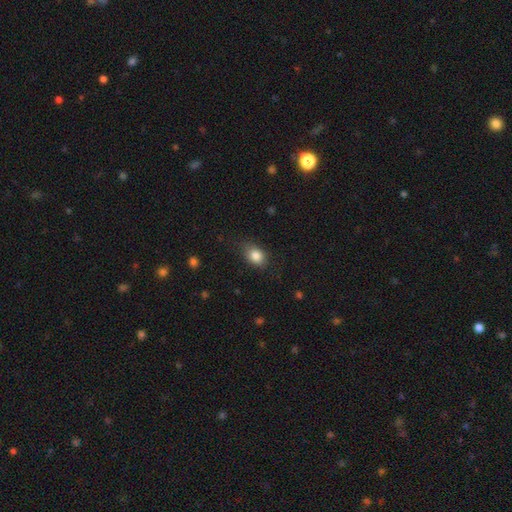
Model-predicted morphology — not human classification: Q: Smooth or featured?
A: smooth (84%); runner-up: star or artifact (9%)
Q: How rounded?
A: in between (71%); runner-up: round (28%)
Q: Merging?
A: none (73%); runner-up: minor disturbance (20%)